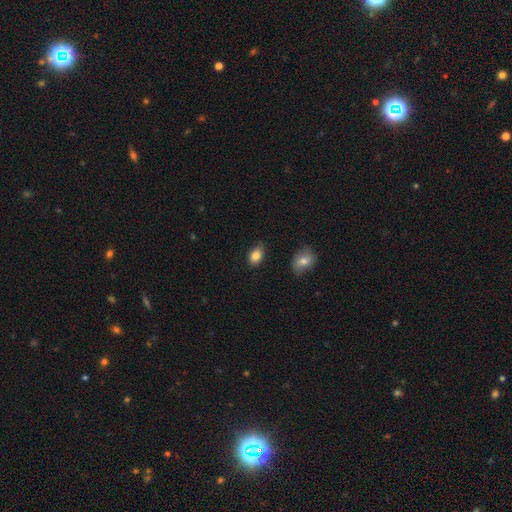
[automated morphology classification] This is clearly a smooth galaxy (85%). How rounded: clearly in between (83%). Merging: likely none (76%).